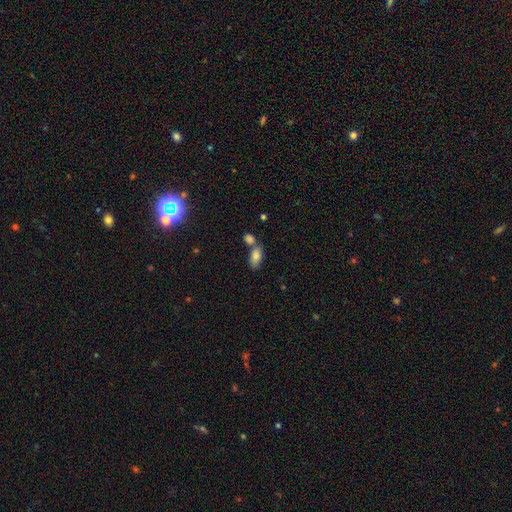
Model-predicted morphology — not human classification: smooth 82%, featured or disk 10%, star or artifact 8%. Down the decision tree: how rounded — in between (90%); merging — none (48%).